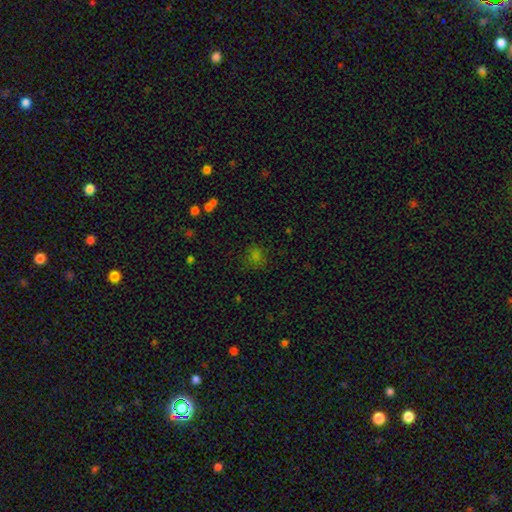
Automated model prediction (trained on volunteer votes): smooth_or_featured: smooth (p=0.62) [alt: star or artifact p=0.32]
how_rounded: round (p=0.79) [alt: in between p=0.20]
merging: none (p=0.79) [alt: minor disturbance p=0.13]